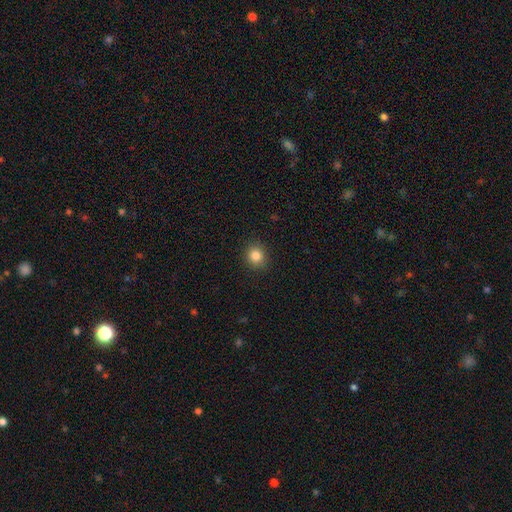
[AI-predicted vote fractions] Morphology: type=smooth (83%); roundness=round (82%); merging=none (91%).